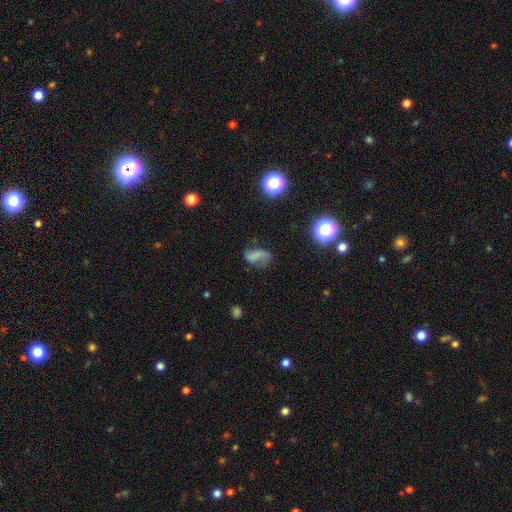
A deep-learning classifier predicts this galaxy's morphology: A featured or disk galaxy (43%). Merging: none (47%).